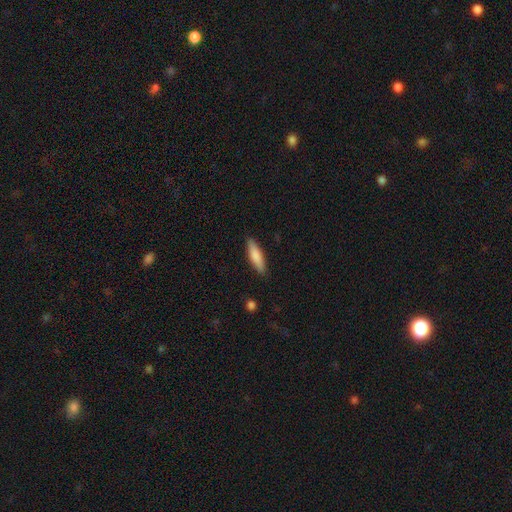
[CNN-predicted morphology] Smooth or featured: smooth — 76% (featured or disk — 18%)
How rounded: cigar-shaped — 66% (in between — 33%)
Merging: none — 87% (minor disturbance — 10%)